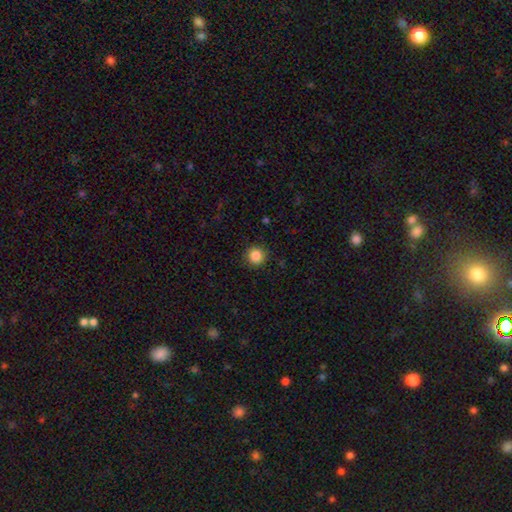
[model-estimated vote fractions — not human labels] smooth_or_featured: smooth (p=0.86) [alt: star or artifact p=0.10]
how_rounded: round (p=0.93) [alt: in between p=0.06]
merging: none (p=0.90) [alt: minor disturbance p=0.06]